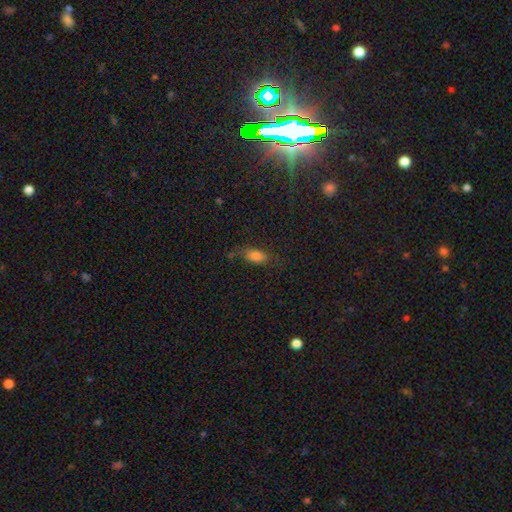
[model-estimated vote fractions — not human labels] This is likely a smooth galaxy (76%). How rounded: clearly in between (85%). Merging: likely none (63%).